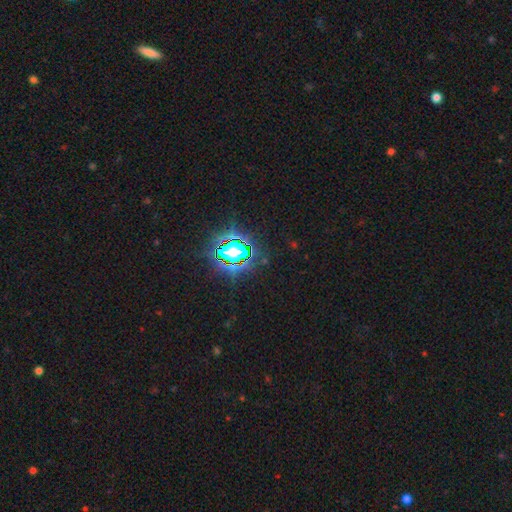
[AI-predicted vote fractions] smooth-or-featured: star or artifact: 81% | smooth: 12% | featured or disk: 7%